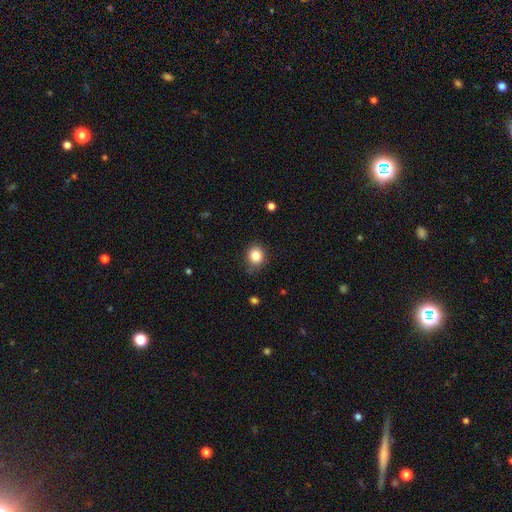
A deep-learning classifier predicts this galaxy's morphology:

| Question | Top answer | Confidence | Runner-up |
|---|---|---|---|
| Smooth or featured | smooth | 84% | star or artifact (10%) |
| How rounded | round | 72% | in between (27%) |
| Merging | none | 79% | minor disturbance (16%) |